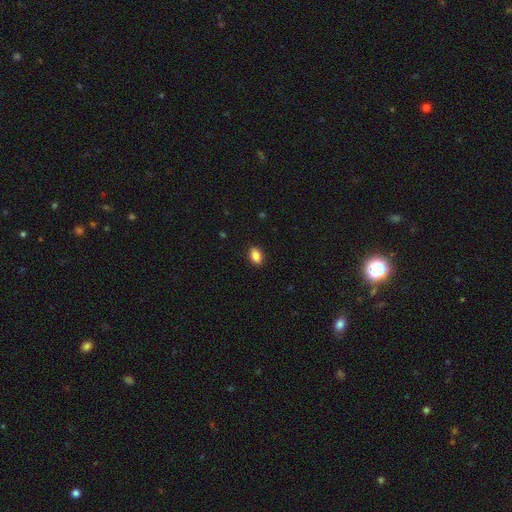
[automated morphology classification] Overall: smooth (88%). How rounded: in between (85%). Merging: none (90%).